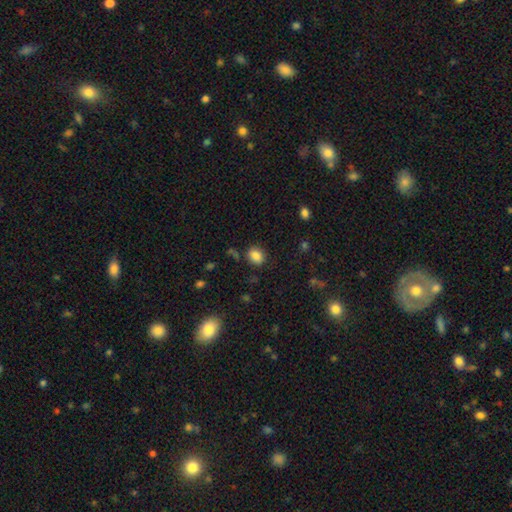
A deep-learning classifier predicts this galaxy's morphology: Overall: smooth (84%). How rounded: round (56%; in between 43%). Merging: none (81%).